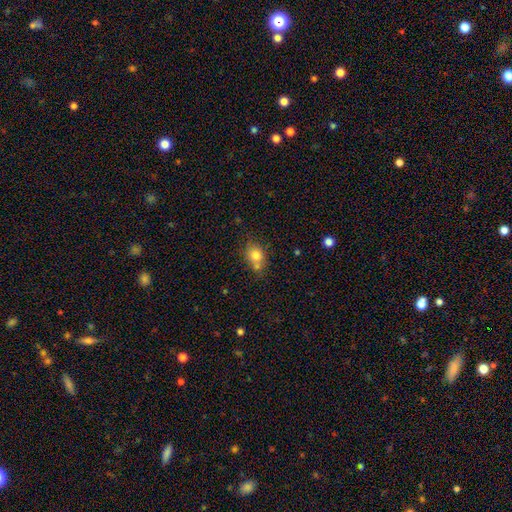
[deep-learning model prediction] smooth_or_featured: smooth (p=0.77) [alt: featured or disk p=0.12]
how_rounded: in between (p=0.52) [alt: round p=0.47]
merging: none (p=0.53) [alt: merger p=0.23]